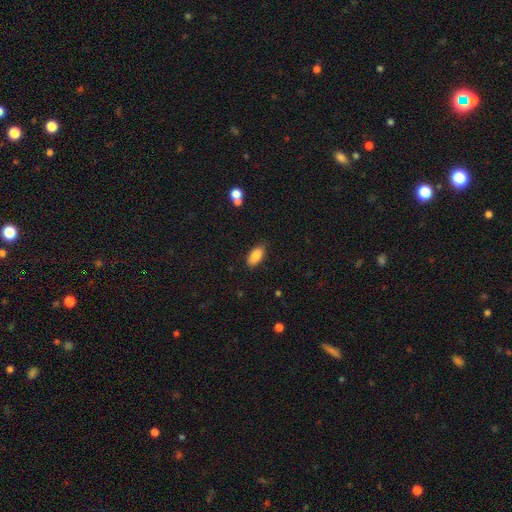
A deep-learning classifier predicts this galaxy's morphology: Smooth or featured: smooth — 88% (star or artifact — 7%)
How rounded: in between — 90% (cigar-shaped — 8%)
Merging: none — 85% (minor disturbance — 11%)